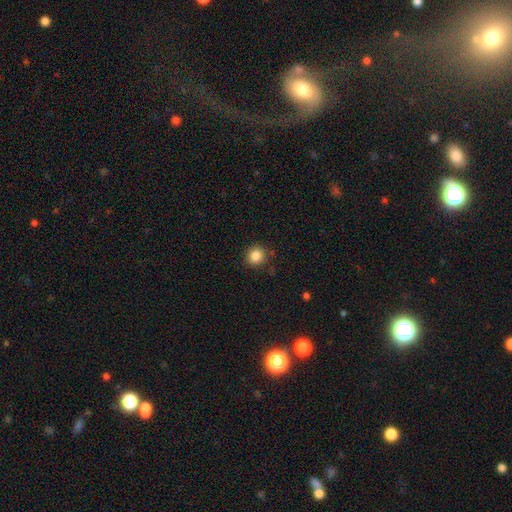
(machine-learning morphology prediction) This appears to be a smooth galaxy with no disk features (86%) that is round (89%). Merging: none (87%).